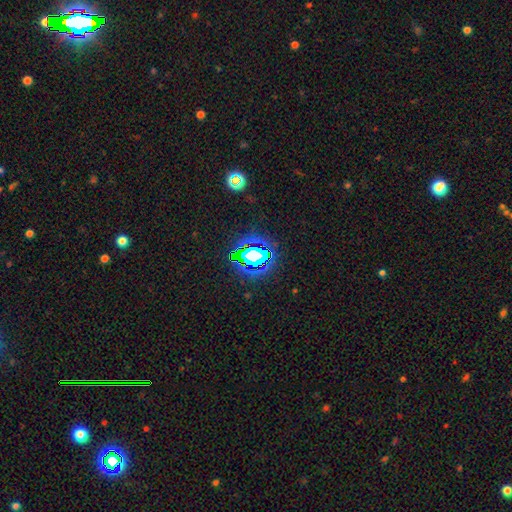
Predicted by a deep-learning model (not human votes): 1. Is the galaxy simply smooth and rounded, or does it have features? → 81% star or artifact, 12% smooth, 7% featured or disk.